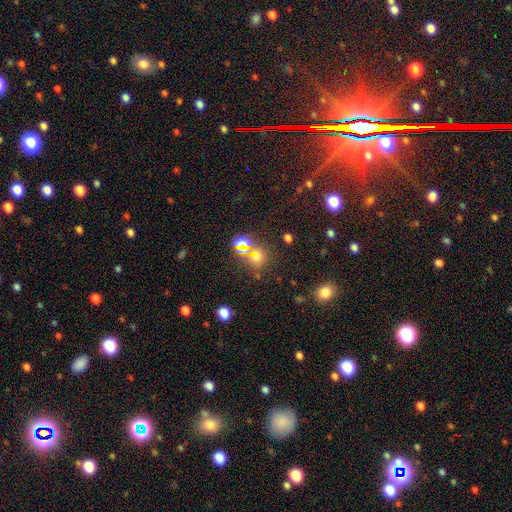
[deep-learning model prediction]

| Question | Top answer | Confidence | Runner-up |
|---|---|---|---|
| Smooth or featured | star or artifact | 49% | smooth (41%) |